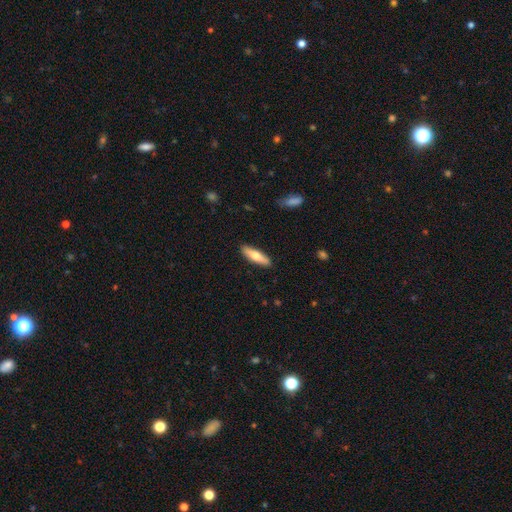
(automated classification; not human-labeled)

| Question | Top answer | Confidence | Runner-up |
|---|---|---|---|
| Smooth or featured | smooth | 66% | featured or disk (29%) |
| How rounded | cigar-shaped | 64% | in between (34%) |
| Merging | none | 89% | minor disturbance (8%) |